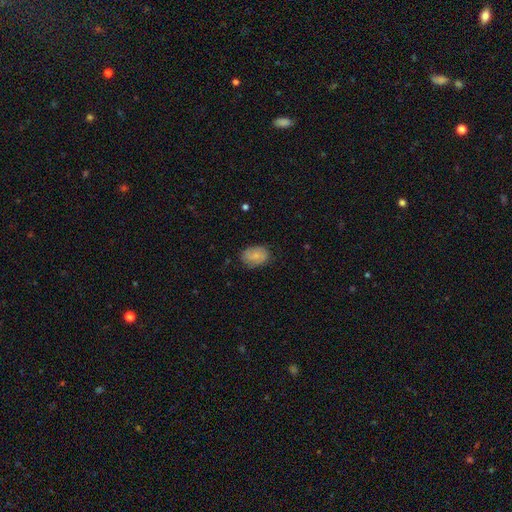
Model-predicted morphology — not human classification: Smooth or featured? Predicted: smooth (p=0.73). How rounded? Predicted: in between (p=0.79). Merging? Predicted: none (p=0.74).